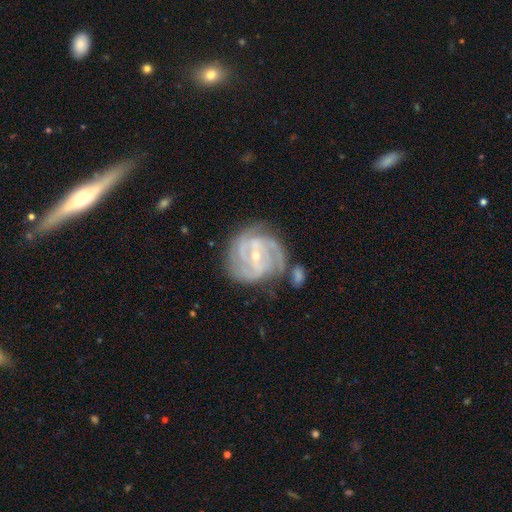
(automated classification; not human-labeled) A featured or disk galaxy (90%) with a weak bar (46%), 3 (36%) tight (63%) spiral arms (97%) and a small central bulge (65%).

Vote fractions:
- Smooth or featured? featured or disk: 90% / smooth: 5% / star or artifact: 5%
- Edge-on disk? no: 97% / yes: 3%
- Bar? weak: 46% / no: 27% / strong: 27%
- Spiral arms? yes: 97% / no: 3%
- Spiral winding? tight: 63% / medium: 32% / loose: 5%
- Spiral arm count? 3: 36% / 2: 21% / 4: 19% / can't tell: 15% / more than 4: 5% / 1: 4%
- Bulge size? small: 65% / moderate: 33% / large: 1% / none: 1% / dominant: 1%
- Merging? none: 64% / minor disturbance: 19% / major disturbance: 8% / merger: 8%